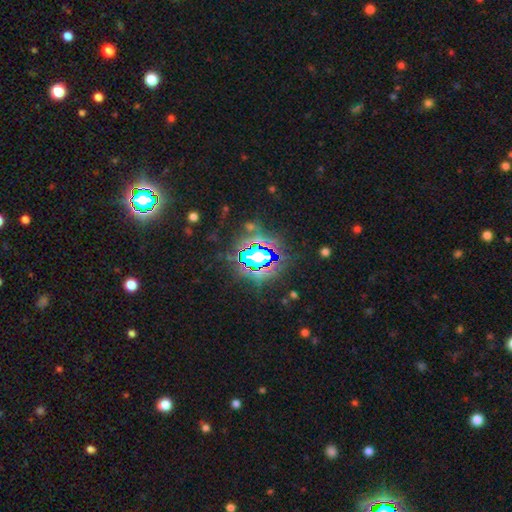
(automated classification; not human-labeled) The model was most divided on "smooth or featured": star or artifact: 68%, smooth: 19%, featured or disk: 13%.